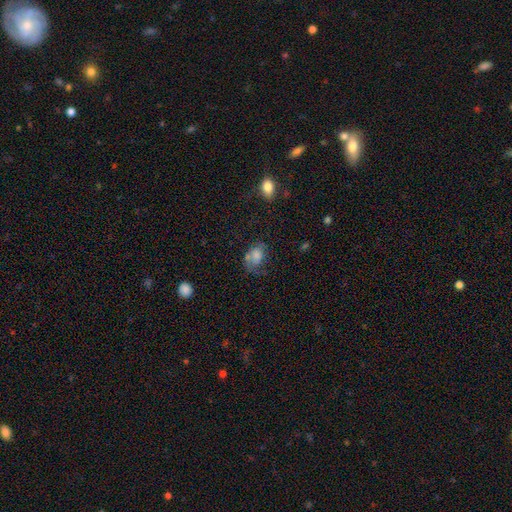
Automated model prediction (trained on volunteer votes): Q: Smooth or featured?
A: smooth (62%); runner-up: featured or disk (27%)
Q: How rounded?
A: in between (77%); runner-up: round (22%)
Q: Merging?
A: none (34%); runner-up: major disturbance (31%)